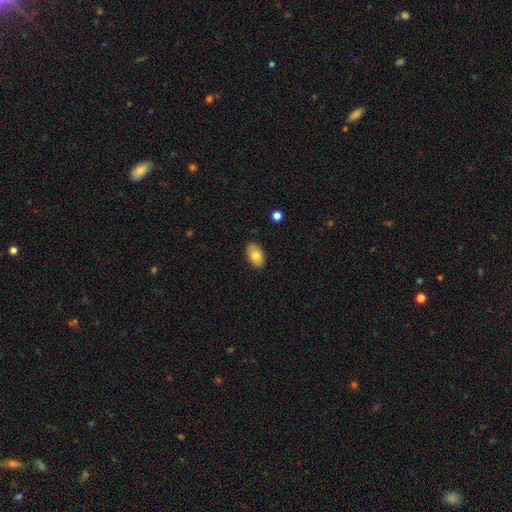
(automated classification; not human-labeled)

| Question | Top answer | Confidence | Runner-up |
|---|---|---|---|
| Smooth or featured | smooth | 77% | featured or disk (16%) |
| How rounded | in between | 92% | round (7%) |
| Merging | none | 87% | minor disturbance (10%) |